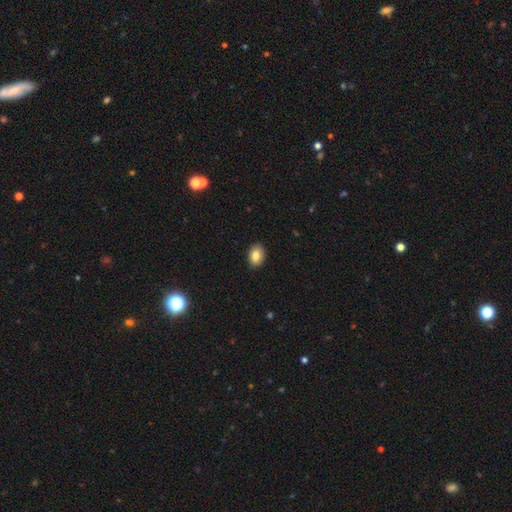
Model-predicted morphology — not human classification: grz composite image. It shows a smooth galaxy with no disk features (84%) that is in between round and cigar-shaped (73%). Merging: none (89%).